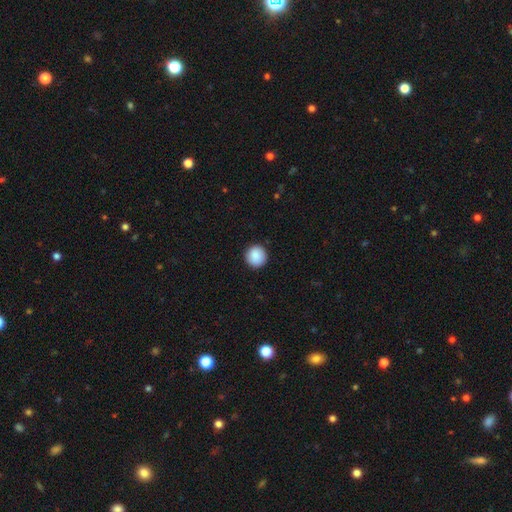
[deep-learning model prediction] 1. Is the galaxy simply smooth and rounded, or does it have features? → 89% smooth, 7% star or artifact, 3% featured or disk.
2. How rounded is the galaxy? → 95% round, 4% in between, 1% cigar-shaped.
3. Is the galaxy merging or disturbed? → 92% none, 5% minor disturbance, 2% major disturbance, 1% merger.